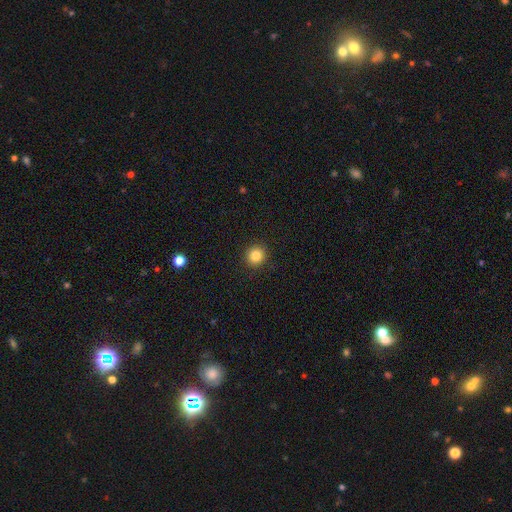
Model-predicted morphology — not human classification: Smooth or featured? smooth (84%)
How rounded? round (93%)
Merging? none (92%)